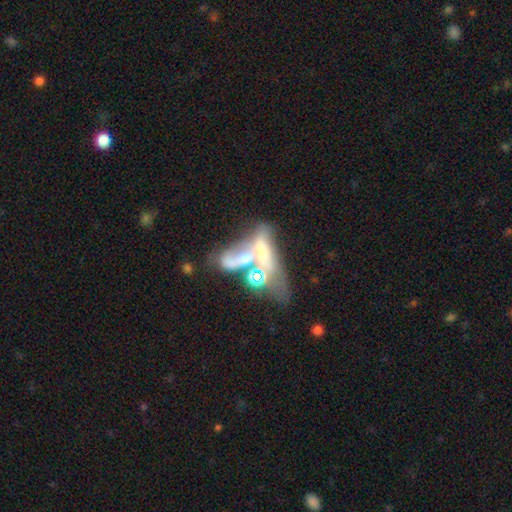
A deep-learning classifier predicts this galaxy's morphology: This appears to be a featured or disk galaxy (55%). Merging: merger (64%).